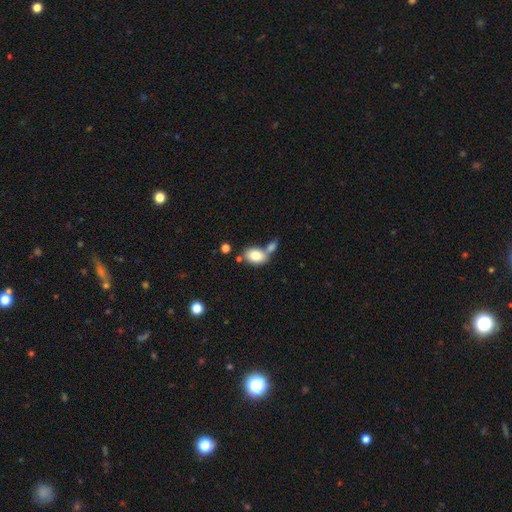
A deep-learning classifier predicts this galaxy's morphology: Smooth or featured?
  - smooth: 80% *
  - featured or disk: 12%
  - star or artifact: 8%
How rounded?
  - in between: 85% *
  - round: 14%
  - cigar-shaped: 2%
Merging?
  - merger: 42% *
  - none: 41%
  - minor disturbance: 13%
  - major disturbance: 5%